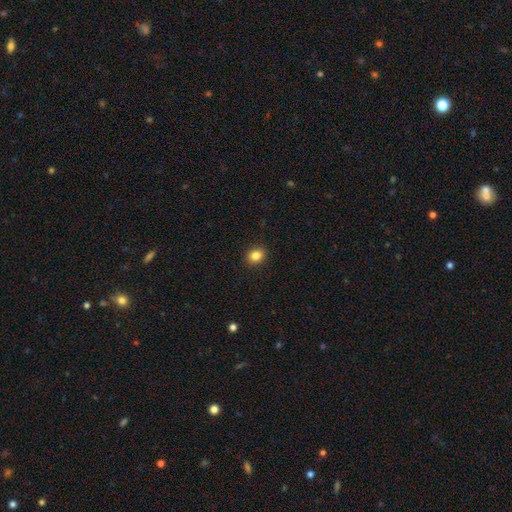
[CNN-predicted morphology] This appears to be a smooth galaxy with no disk features (84%) that is round (64%). Merging: none (91%).